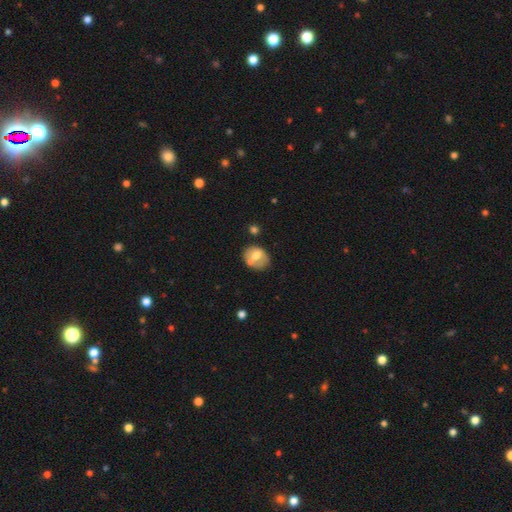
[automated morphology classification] Smooth or featured?
  - smooth: 56% *
  - featured or disk: 36%
  - star or artifact: 8%
How rounded?
  - in between: 50% *
  - round: 49%
  - cigar-shaped: 1%
Merging?
  - none: 49% *
  - minor disturbance: 21%
  - merger: 21%
  - major disturbance: 9%